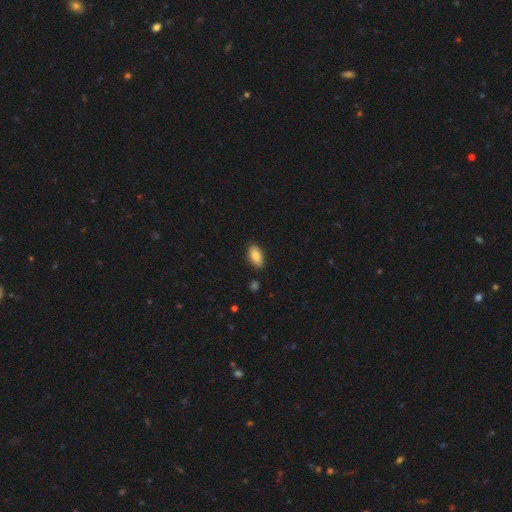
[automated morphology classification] Smooth or featured: smooth — 84% (featured or disk — 9%)
How rounded: in between — 92% (cigar-shaped — 5%)
Merging: none — 86% (minor disturbance — 10%)